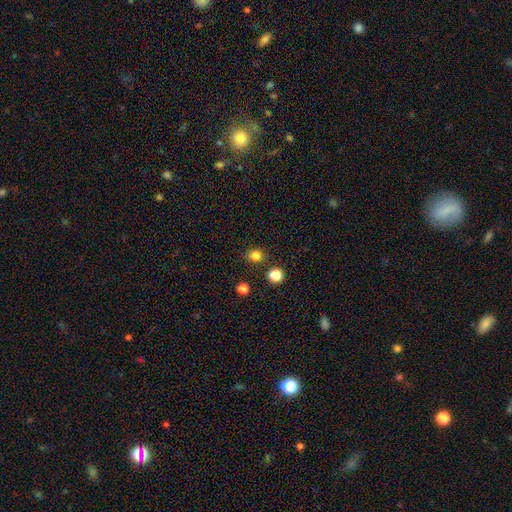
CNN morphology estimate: Smooth or featured: smooth — 81% (star or artifact — 15%)
How rounded: round — 76% (in between — 23%)
Merging: none — 82% (minor disturbance — 10%)